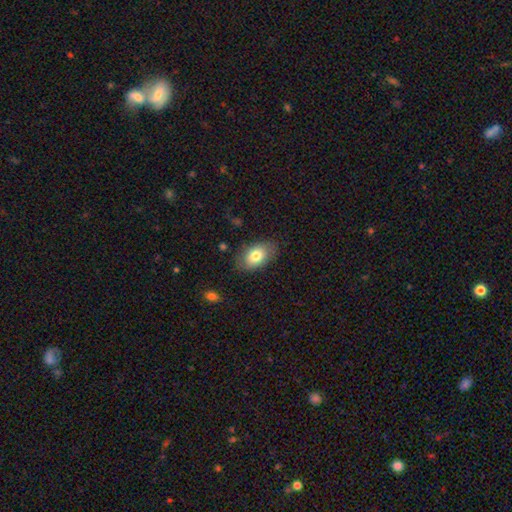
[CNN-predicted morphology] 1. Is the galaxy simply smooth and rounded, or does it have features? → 79% smooth, 14% featured or disk, 7% star or artifact.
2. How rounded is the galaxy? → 89% in between, 9% round, 1% cigar-shaped.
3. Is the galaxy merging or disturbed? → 81% none, 14% minor disturbance, 4% major disturbance, 1% merger.